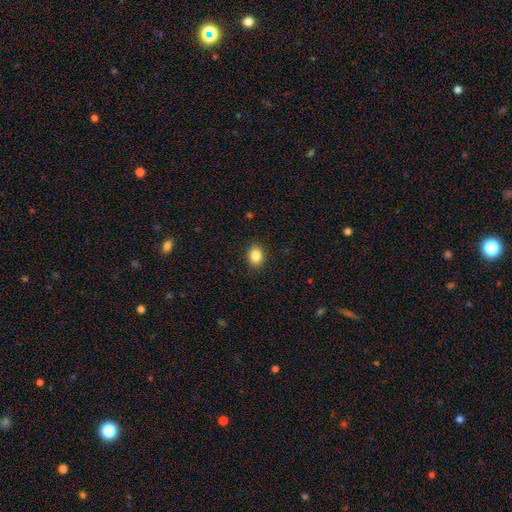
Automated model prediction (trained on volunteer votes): This appears to be a smooth galaxy with no disk features (87%) that is in between round and cigar-shaped (56%). Merging: none (89%).